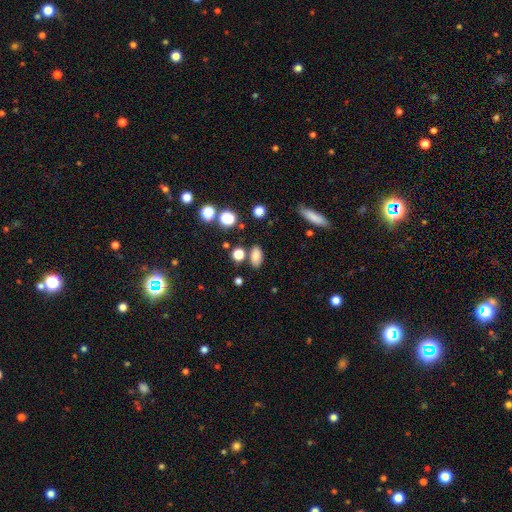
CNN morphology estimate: Overall: smooth (82%). How rounded: in between (87%). Merging: none (78%).